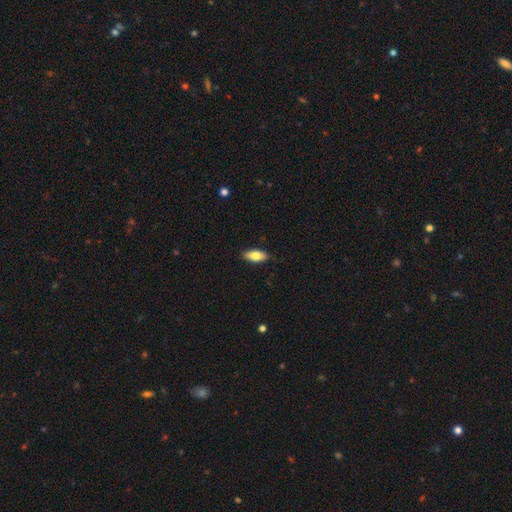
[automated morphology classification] A smooth galaxy with no disk features (77%) that is in between round and cigar-shaped (83%). Merging: none (88%).